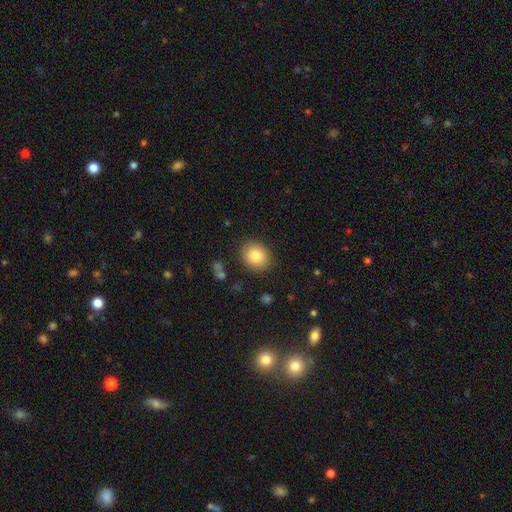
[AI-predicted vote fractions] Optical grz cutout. It shows a smooth galaxy with no disk features (83%) that is round (54%). Merging: none (87%).